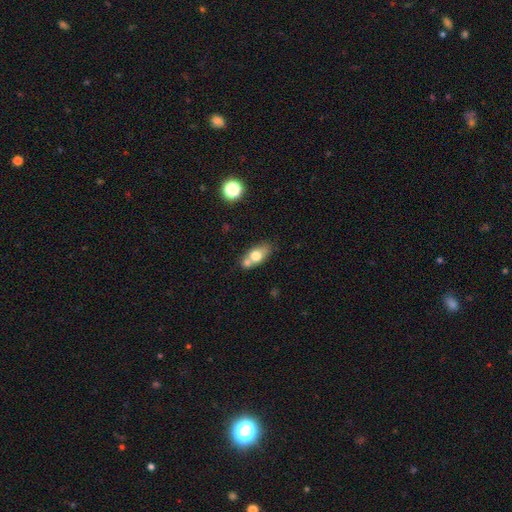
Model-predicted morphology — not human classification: smooth_or_featured: smooth (p=0.68) [alt: featured or disk p=0.23]
how_rounded: in between (p=0.78) [alt: round p=0.14]
merging: none (p=0.44) [alt: merger p=0.37]